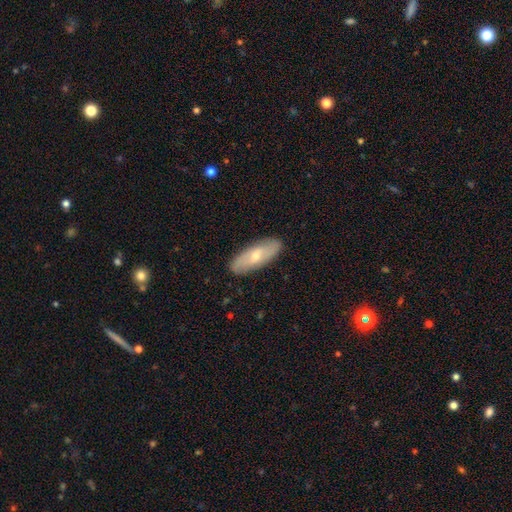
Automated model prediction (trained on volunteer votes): A smooth galaxy with no disk features (57%) that is in between round and cigar-shaped (66%).

Vote fractions:
- Smooth or featured? smooth: 57% / featured or disk: 37% / star or artifact: 6%
- How rounded? in between: 66% / cigar-shaped: 31% / round: 3%
- Merging? none: 88% / minor disturbance: 9% / major disturbance: 2% / merger: 1%